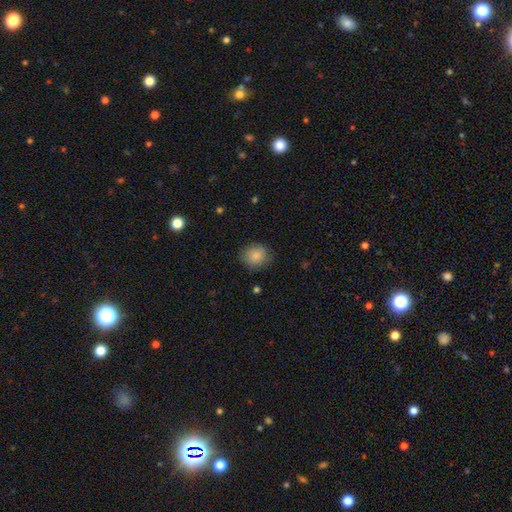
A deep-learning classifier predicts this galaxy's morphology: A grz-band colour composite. It shows a smooth galaxy with no disk features (85%) that is round (77%). Merging: none (83%).